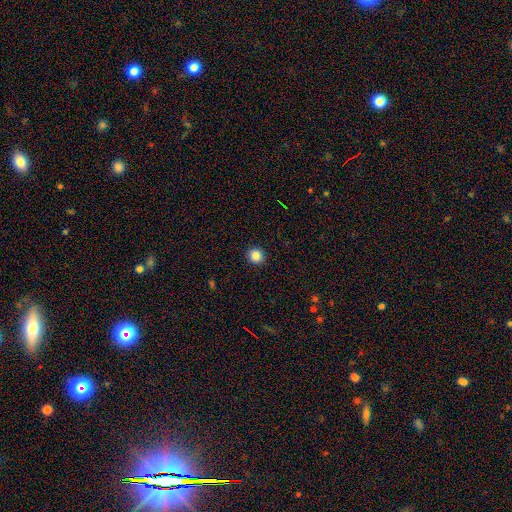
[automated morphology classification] A smooth galaxy with no disk features (85%) that is round (90%).

Vote fractions:
- Smooth or featured? smooth: 85% / star or artifact: 11% / featured or disk: 4%
- How rounded? round: 90% / in between: 9% / cigar-shaped: 1%
- Merging? none: 92% / minor disturbance: 5% / major disturbance: 2% / merger: 1%